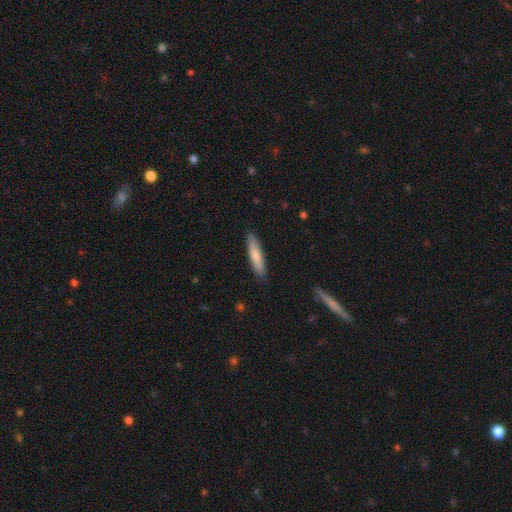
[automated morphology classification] This is likely a smooth galaxy (75%). How rounded: clearly cigar-shaped (87%). Merging: clearly none (89%).